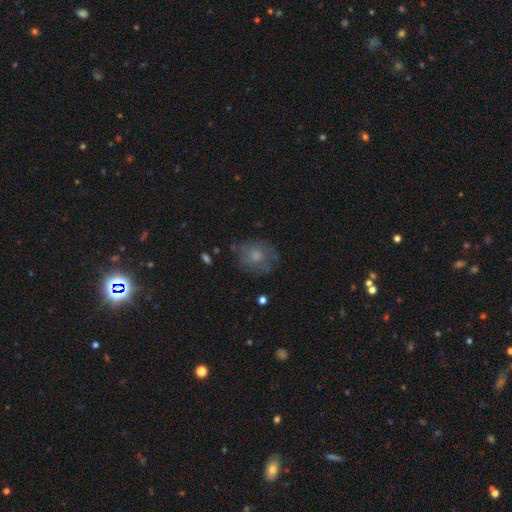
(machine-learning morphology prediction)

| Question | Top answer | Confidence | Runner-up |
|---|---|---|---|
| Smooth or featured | smooth | 60% | featured or disk (30%) |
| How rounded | round | 63% | in between (36%) |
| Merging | none | 64% | minor disturbance (23%) |